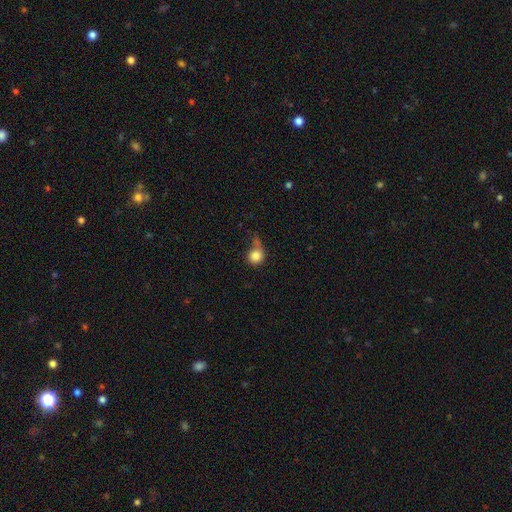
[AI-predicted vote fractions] This appears to be a smooth galaxy with no disk features (82%) that is round (85%). Merging: none (37%).